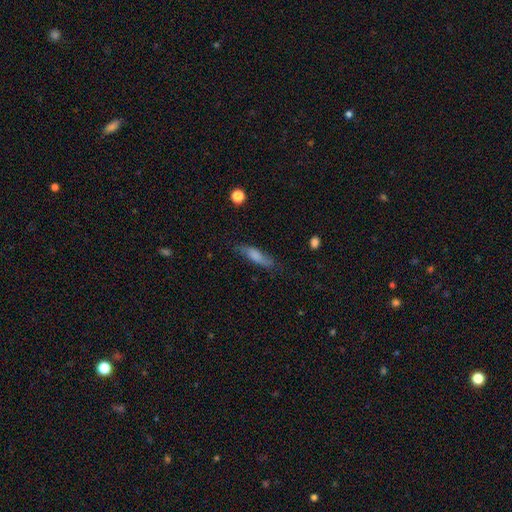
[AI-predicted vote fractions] Smooth or featured? Predicted: smooth (p=0.69). How rounded? Predicted: cigar-shaped (p=0.64). Merging? Predicted: none (p=0.71).